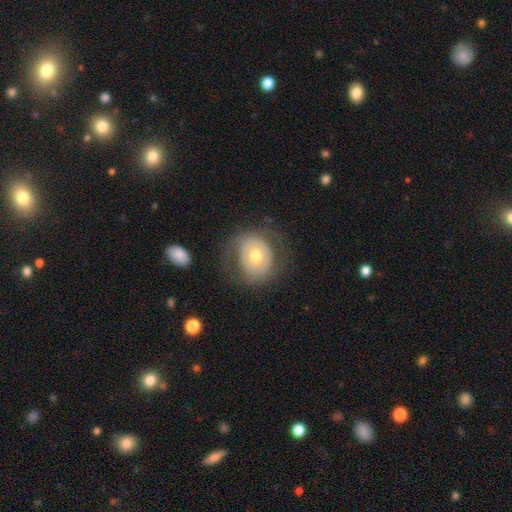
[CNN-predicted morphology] Q: Smooth or featured?
A: smooth (47%); runner-up: featured or disk (45%)
Q: Merging?
A: none (61%); runner-up: minor disturbance (19%)